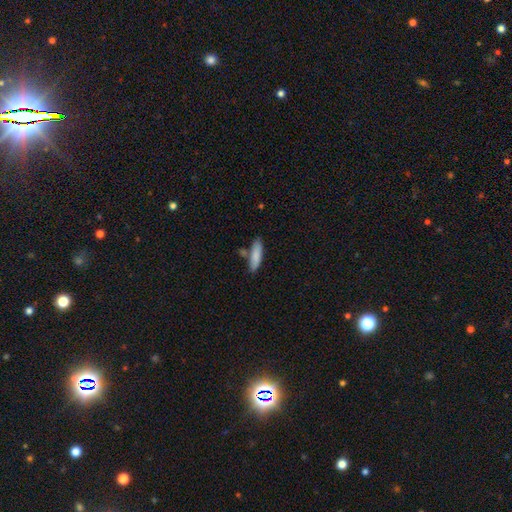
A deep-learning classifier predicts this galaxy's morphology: Smooth or featured: smooth — 84% (featured or disk — 10%)
How rounded: cigar-shaped — 64% (in between — 34%)
Merging: none — 72% (minor disturbance — 15%)